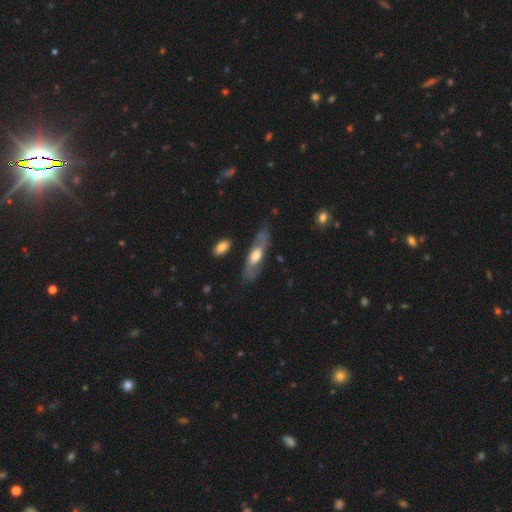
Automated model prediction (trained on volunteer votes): smooth-or-featured: featured or disk: 58% | smooth: 36% | star or artifact: 6%
  disk-edge-on: no: 61% | yes: 39%
  merging: none: 68% | minor disturbance: 20% | major disturbance: 9% | merger: 3%